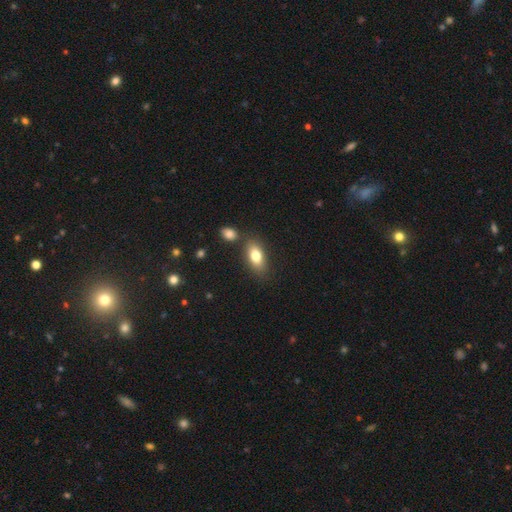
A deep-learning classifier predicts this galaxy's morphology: A smooth galaxy with no disk features (78%) that is in between round and cigar-shaped (86%). Merging: none (73%).